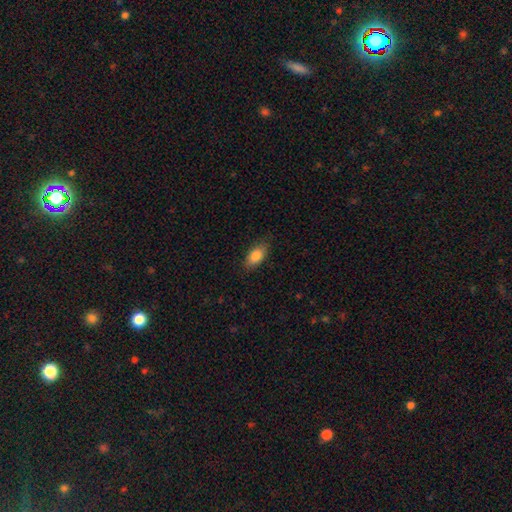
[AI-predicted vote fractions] The model was most divided on "merging": none: 83%, minor disturbance: 13%, major disturbance: 3%, merger: 1%. More confident: how rounded — in between (89%); smooth or featured — smooth (84%).